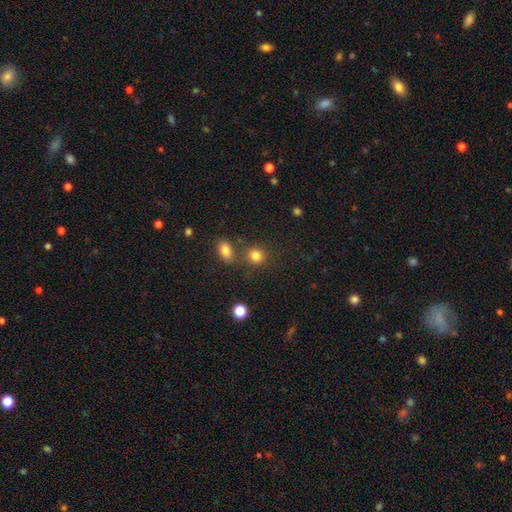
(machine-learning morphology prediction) smooth_or_featured: smooth (p=0.82) [alt: star or artifact p=0.12]
how_rounded: round (p=0.76) [alt: in between p=0.23]
merging: none (p=0.67) [alt: merger p=0.18]